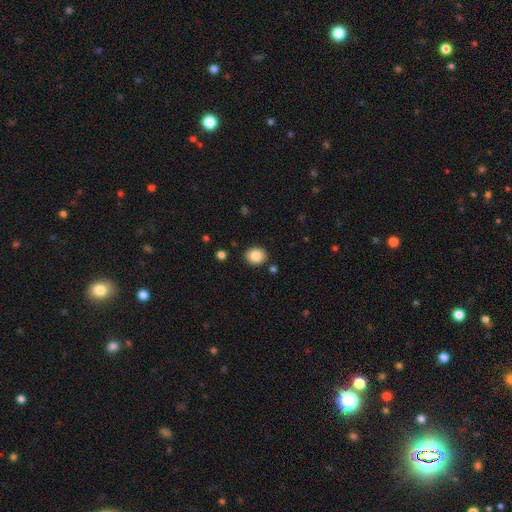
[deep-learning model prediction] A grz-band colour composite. It shows a smooth galaxy with no disk features (85%) that is round (66%). Merging: none (88%).